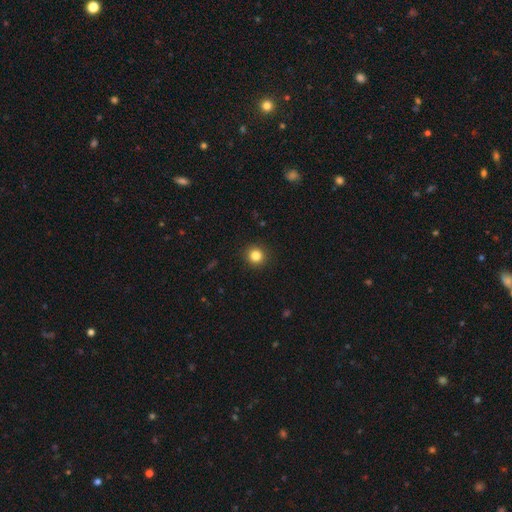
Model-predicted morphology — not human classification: smooth 84%, star or artifact 11%, featured or disk 5%. Down the decision tree: how rounded — round (94%); merging — none (92%).